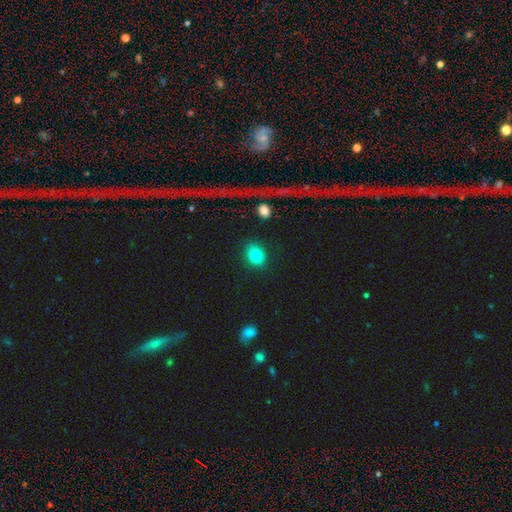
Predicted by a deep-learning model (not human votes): A smooth galaxy with no disk features (82%) that is round (53%). Merging: none (84%).